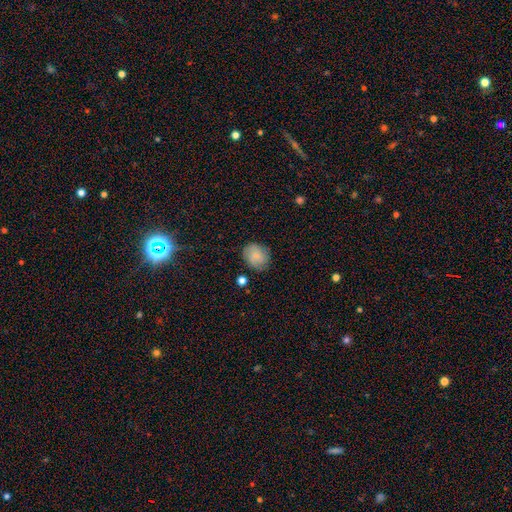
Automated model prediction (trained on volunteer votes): The model was most divided on "how rounded": round: 63%, in between: 36%, cigar-shaped: 1%. More confident: merging — none (80%); smooth or featured — smooth (78%).